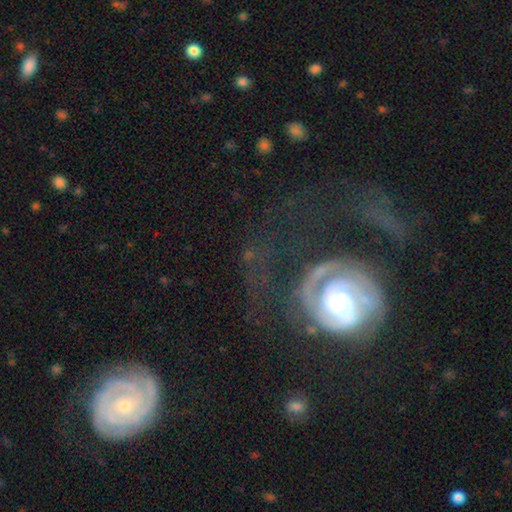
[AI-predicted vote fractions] Q: Smooth or featured?
A: featured or disk (82%); runner-up: smooth (10%)
Q: Edge-on disk?
A: no (96%); runner-up: yes (4%)
Q: Bar?
A: no (59%); runner-up: weak (28%)
Q: Spiral arms?
A: yes (91%); runner-up: no (9%)
Q: Spiral winding?
A: tight (65%); runner-up: medium (25%)
Q: Spiral arm count?
A: 2 (50%); runner-up: can't tell (21%)
Q: Bulge size?
A: moderate (62%); runner-up: small (28%)
Q: Merging?
A: none (47%); runner-up: major disturbance (31%)